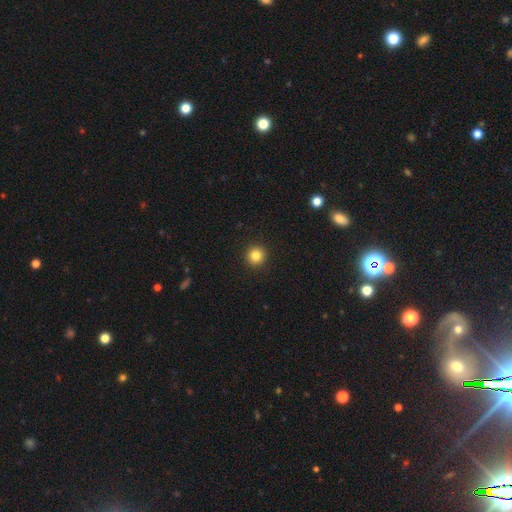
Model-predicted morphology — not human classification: This appears to be a smooth galaxy with no disk features (83%) that is round (96%). Merging: none (93%).